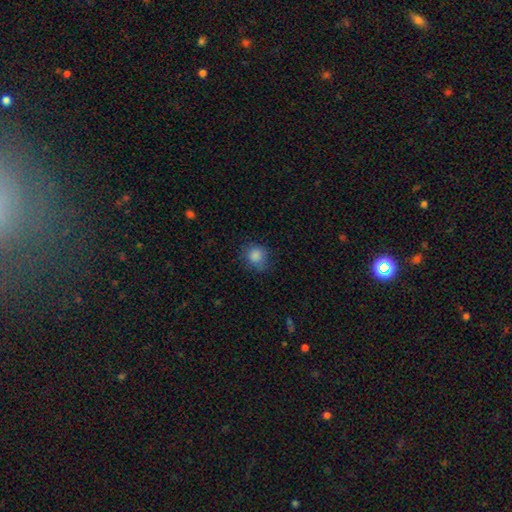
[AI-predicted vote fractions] Smooth or featured: smooth — 85% (star or artifact — 10%)
How rounded: round — 78% (in between — 21%)
Merging: none — 71% (minor disturbance — 21%)